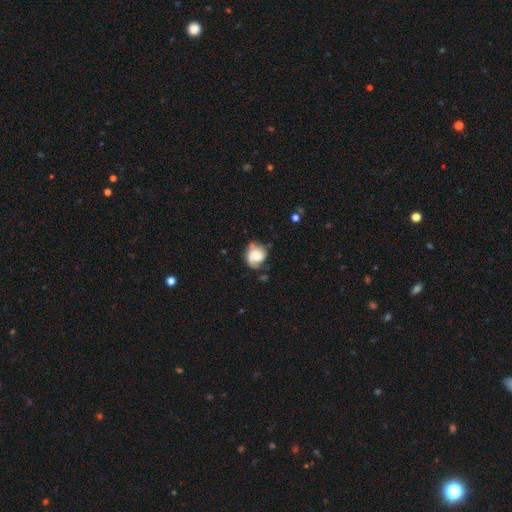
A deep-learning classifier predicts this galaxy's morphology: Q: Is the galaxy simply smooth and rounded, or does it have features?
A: smooth — 47%.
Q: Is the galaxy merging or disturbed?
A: none — 53%.